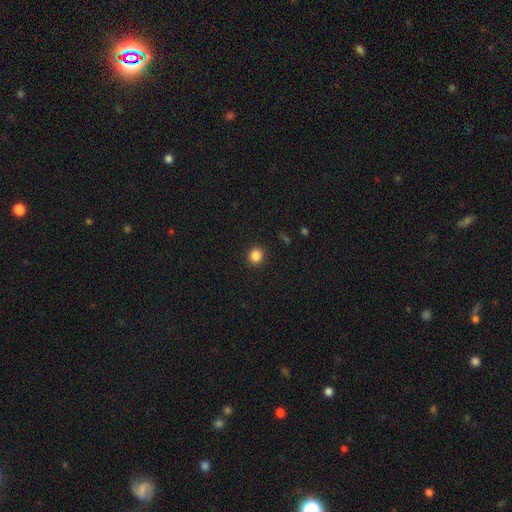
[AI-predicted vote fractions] Smooth or featured: smooth — 85% (star or artifact — 11%)
How rounded: round — 91% (in between — 8%)
Merging: none — 92% (minor disturbance — 5%)